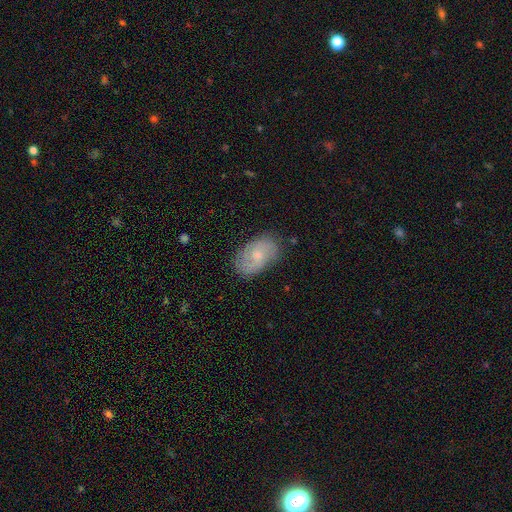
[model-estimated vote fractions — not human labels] smooth-or-featured: featured or disk: 56% | smooth: 36% | star or artifact: 8%
  disk-edge-on: no: 96% | yes: 4%
    bar: no: 68% | weak: 28% | strong: 3%
    has-spiral-arms: yes: 85% | no: 15%
    bulge-size: small: 49% | moderate: 43% | none: 4% | large: 2% | dominant: 1%
  merging: none: 76% | minor disturbance: 18% | major disturbance: 4% | merger: 1%